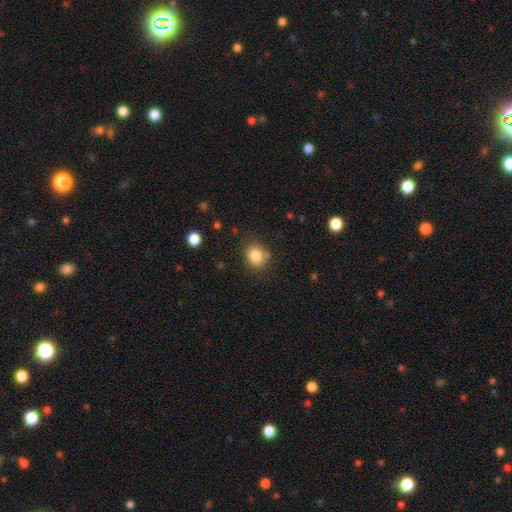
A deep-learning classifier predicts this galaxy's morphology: This is clearly a smooth galaxy (83%). How rounded: possibly round (60%). Merging: likely none (77%).